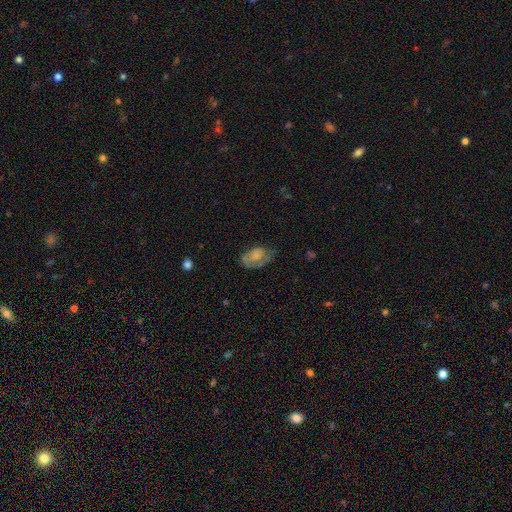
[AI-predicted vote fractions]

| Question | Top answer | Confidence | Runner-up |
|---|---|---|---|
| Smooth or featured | smooth | 60% | featured or disk (32%) |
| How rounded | in between | 89% | round (9%) |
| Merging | none | 42% | minor disturbance (34%) |